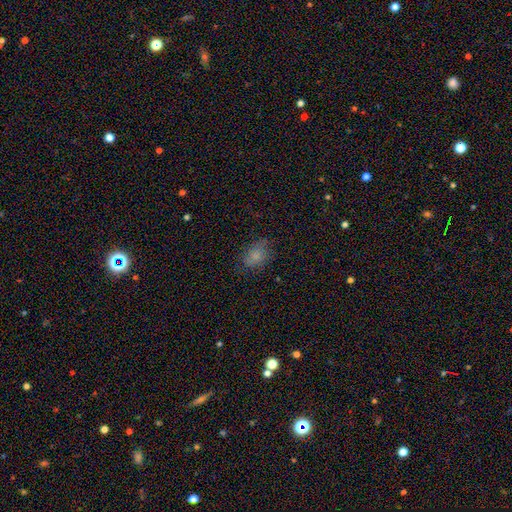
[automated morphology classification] Q: Smooth or featured?
A: smooth (78%); runner-up: featured or disk (11%)
Q: How rounded?
A: in between (76%); runner-up: round (23%)
Q: Merging?
A: none (71%); runner-up: minor disturbance (20%)